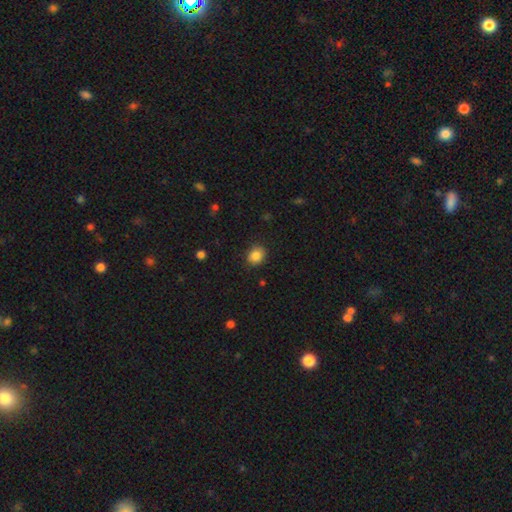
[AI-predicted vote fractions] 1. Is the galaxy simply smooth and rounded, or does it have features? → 86% smooth, 10% star or artifact, 4% featured or disk.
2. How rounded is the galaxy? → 68% round, 31% in between, 1% cigar-shaped.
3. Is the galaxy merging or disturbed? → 87% none, 10% minor disturbance, 2% major disturbance, 1% merger.